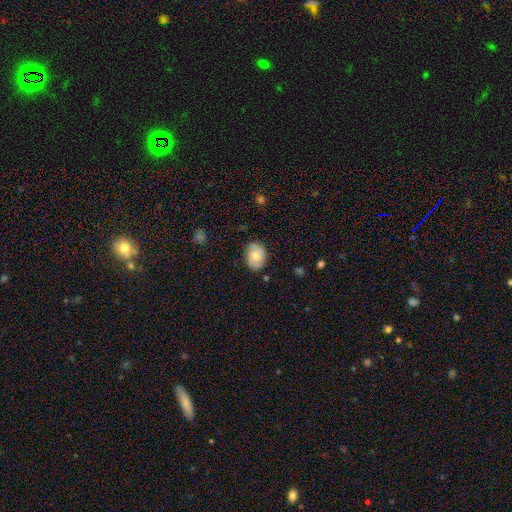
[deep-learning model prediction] Smooth or featured: smooth — 49% (featured or disk — 44%)
Merging: none — 77% (minor disturbance — 18%)